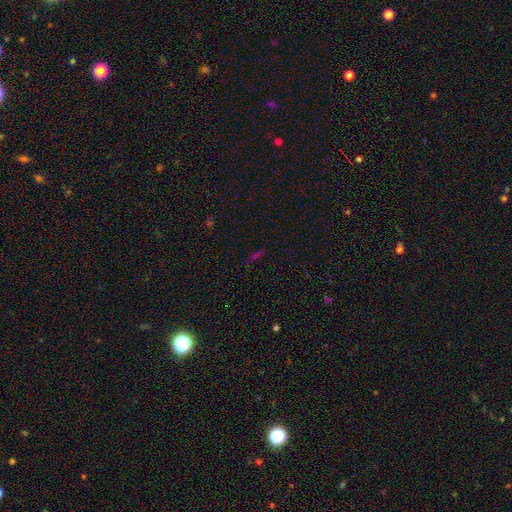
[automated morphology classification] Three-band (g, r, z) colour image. It shows a star or artifact, not a galaxy (47%).